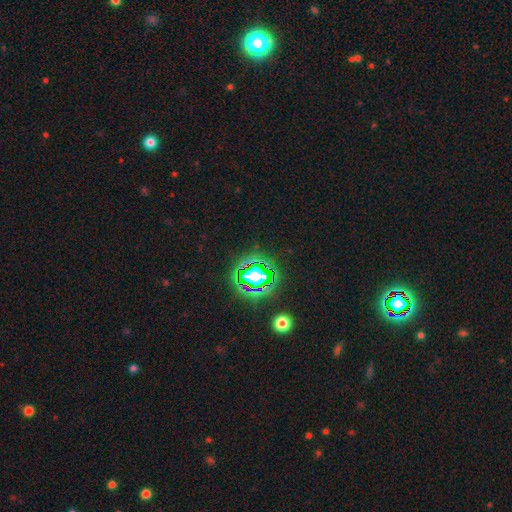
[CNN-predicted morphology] This appears to be a star or artifact, not a galaxy (78%).